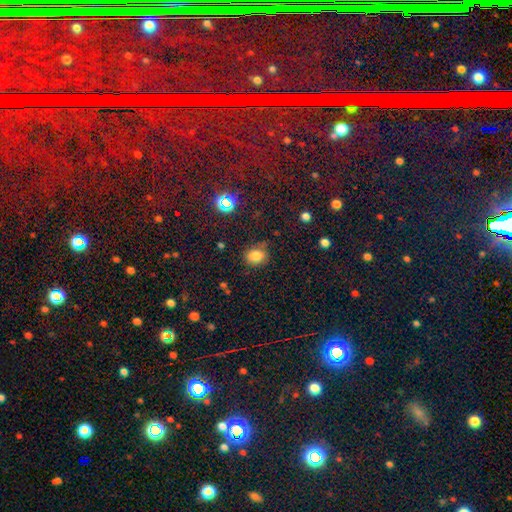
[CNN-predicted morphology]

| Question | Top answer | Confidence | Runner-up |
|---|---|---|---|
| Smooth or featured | smooth | 78% | star or artifact (14%) |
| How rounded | round | 50% | in between (49%) |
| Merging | none | 74% | minor disturbance (17%) |